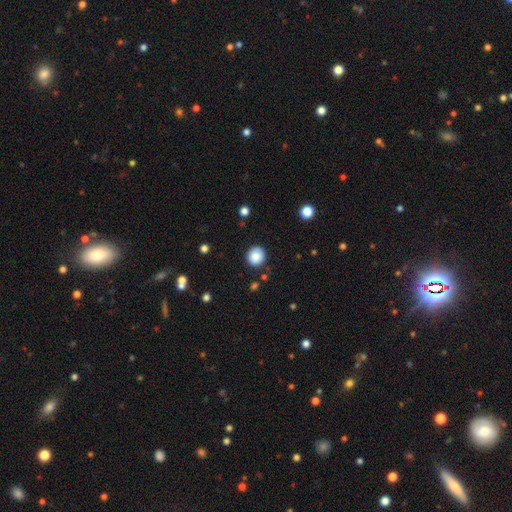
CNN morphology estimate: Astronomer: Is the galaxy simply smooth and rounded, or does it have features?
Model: smooth — 86%.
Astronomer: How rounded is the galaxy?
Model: round — 91%.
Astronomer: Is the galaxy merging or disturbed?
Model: none — 88%.